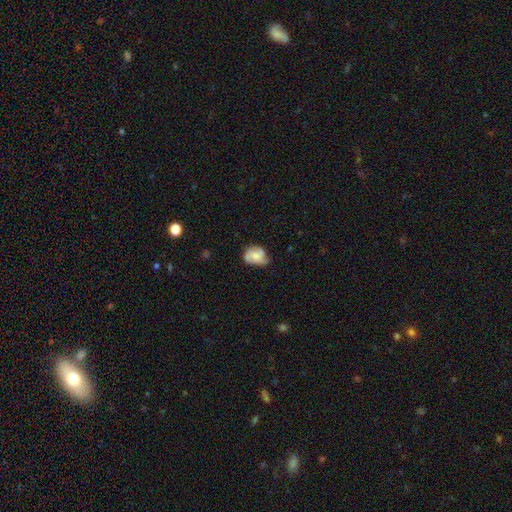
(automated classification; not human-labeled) The model was most divided on "bulge size": moderate: 41%, small: 38%, none: 14%, large: 6%, dominant: 2%. More confident: edge-on disk — no (97%); spiral arms — yes (84%); bar — no (68%); merging — none (53%); smooth or featured — featured or disk (51%).